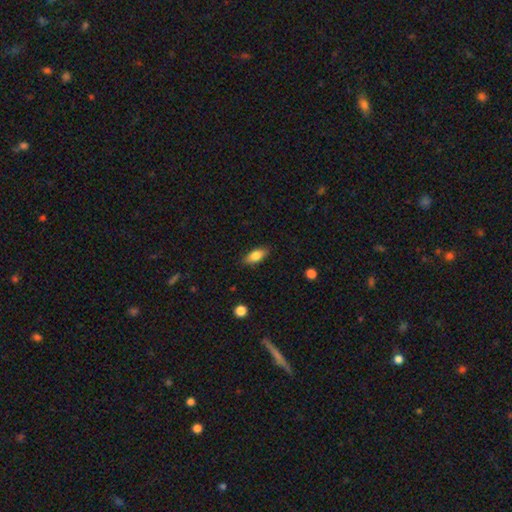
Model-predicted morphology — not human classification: smooth 78%, featured or disk 15%, star or artifact 7%. Down the decision tree: how rounded — in between (83%); merging — none (87%).